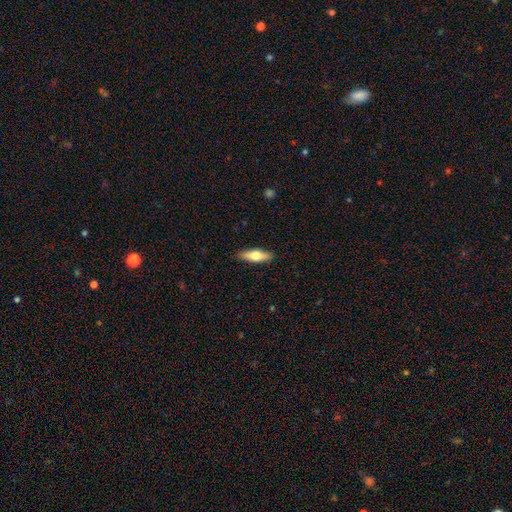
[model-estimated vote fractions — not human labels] Overall: smooth (60%; featured or disk 35%). How rounded: cigar-shaped (51%; in between 46%). Merging: none (89%).